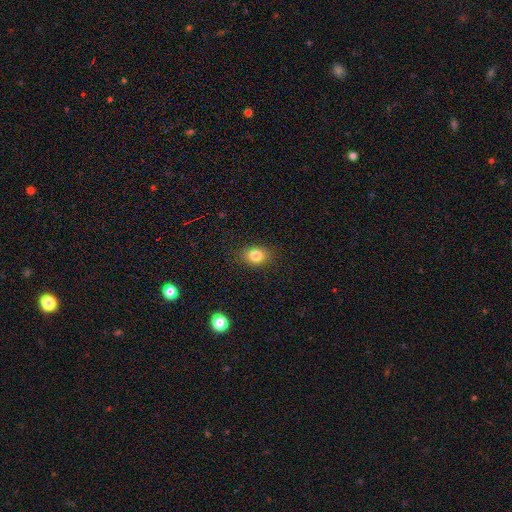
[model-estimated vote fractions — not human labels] smooth 83%, star or artifact 11%, featured or disk 7%. Down the decision tree: how rounded — in between (57%); merging — none (86%).